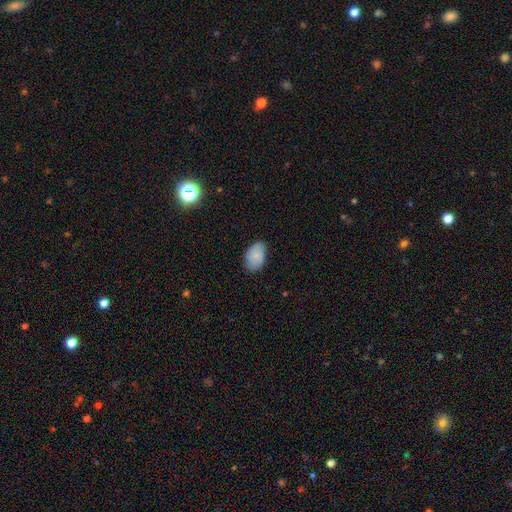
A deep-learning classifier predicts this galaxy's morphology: Q: Smooth or featured?
A: smooth (81%); runner-up: featured or disk (12%)
Q: How rounded?
A: in between (89%); runner-up: round (9%)
Q: Merging?
A: none (75%); runner-up: minor disturbance (21%)